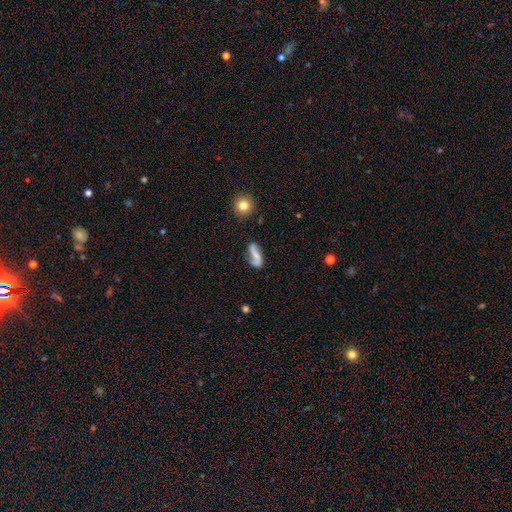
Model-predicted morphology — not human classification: A featured or disk galaxy (62%) with no bar (38%), 2 (86%) loose (71%) spiral arms (88%) and a small central bulge (41%).

Vote fractions:
- Smooth or featured? featured or disk: 62% / smooth: 30% / star or artifact: 8%
- Edge-on disk? no: 92% / yes: 8%
- Bar? no: 38% / weak: 32% / strong: 30%
- Spiral arms? yes: 88% / no: 12%
- Spiral winding? loose: 71% / medium: 20% / tight: 9%
- Spiral arm count? 2: 86% / 1: 7% / can't tell: 4% / 3: 1% / 4: 1% / more than 4: 1%
- Bulge size? small: 41% / none: 29% / moderate: 25% / large: 4% / dominant: 2%
- Merging? none: 64% / minor disturbance: 21% / major disturbance: 10% / merger: 5%